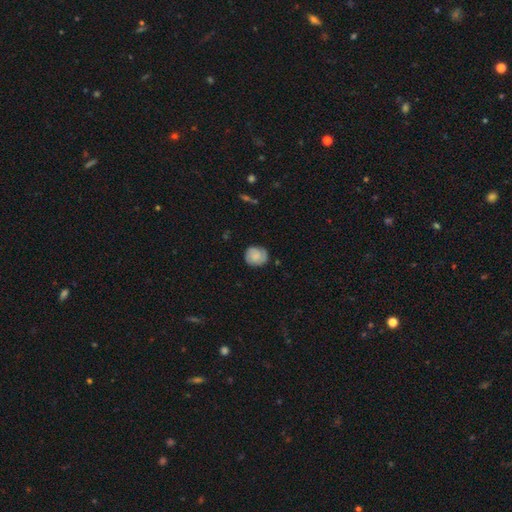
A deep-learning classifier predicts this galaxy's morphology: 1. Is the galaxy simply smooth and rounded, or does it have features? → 53% smooth, 39% featured or disk, 8% star or artifact.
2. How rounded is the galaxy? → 76% round, 23% in between, 1% cigar-shaped.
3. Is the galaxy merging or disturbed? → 76% none, 18% minor disturbance, 5% major disturbance, 1% merger.